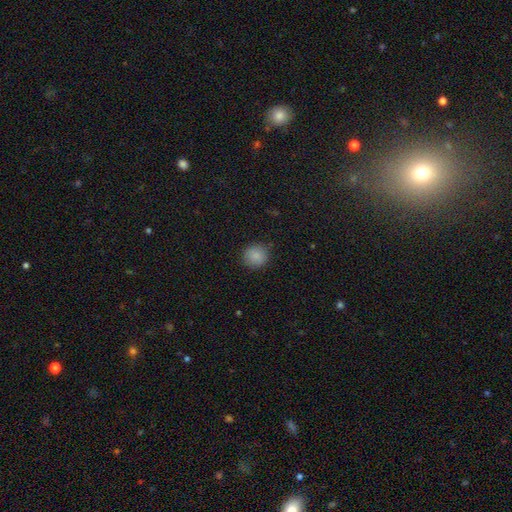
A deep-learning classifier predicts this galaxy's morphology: This is clearly a smooth galaxy (87%). How rounded: clearly round (92%). Merging: clearly none (88%).